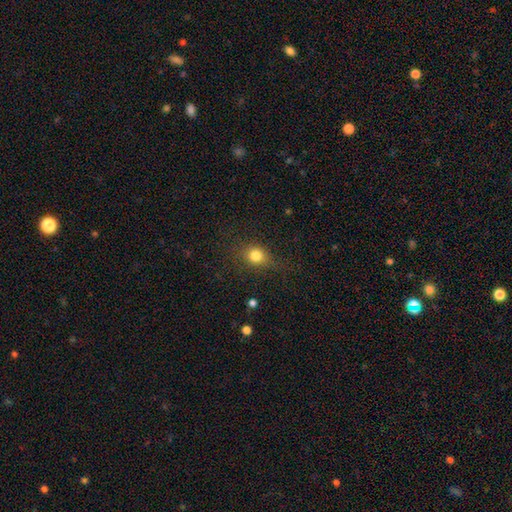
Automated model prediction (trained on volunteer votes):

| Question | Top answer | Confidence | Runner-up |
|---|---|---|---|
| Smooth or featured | smooth | 79% | star or artifact (13%) |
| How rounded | round | 73% | in between (25%) |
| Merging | none | 75% | minor disturbance (17%) |